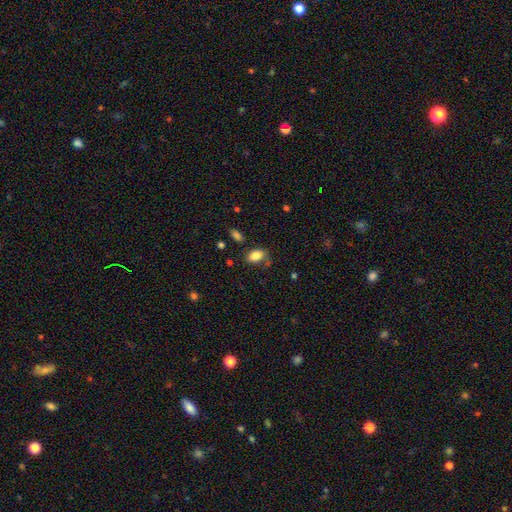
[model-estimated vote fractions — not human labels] Smooth or featured? Predicted: smooth (p=0.84). How rounded? Predicted: in between (p=0.89). Merging? Predicted: none (p=0.68).